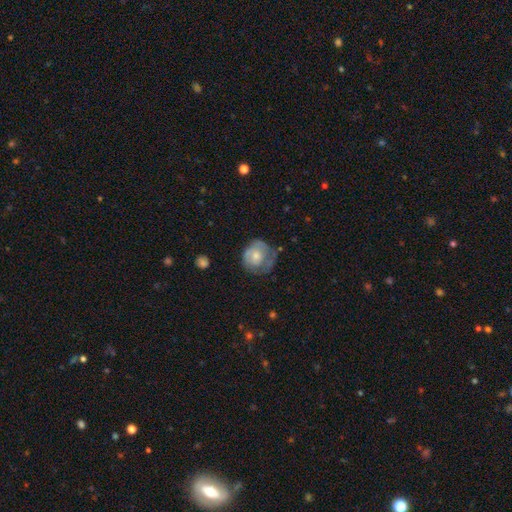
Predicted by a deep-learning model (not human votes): A smooth galaxy with no disk features (51%) that is round (80%). Merging: none (48%).